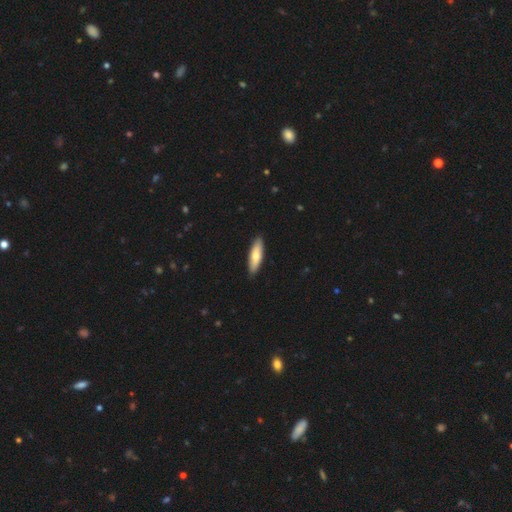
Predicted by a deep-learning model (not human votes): Smooth or featured?
  - smooth: 71% *
  - featured or disk: 24%
  - star or artifact: 5%
How rounded?
  - cigar-shaped: 54% *
  - in between: 45%
  - round: 2%
Merging?
  - none: 90% *
  - minor disturbance: 7%
  - major disturbance: 1%
  - merger: 1%